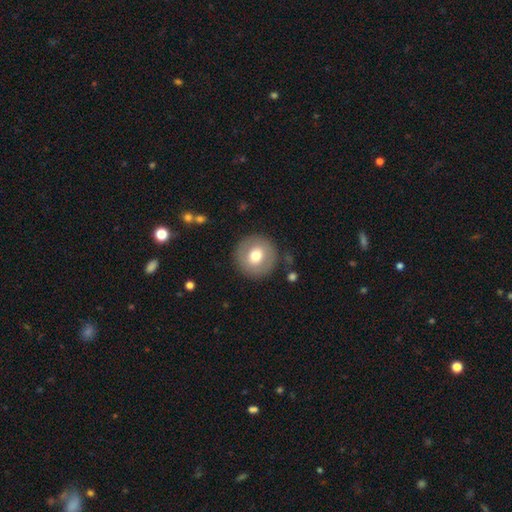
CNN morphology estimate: A smooth galaxy with no disk features (67%) that is round (95%).

Vote fractions:
- Smooth or featured? smooth: 67% / featured or disk: 25% / star or artifact: 8%
- How rounded? round: 95% / in between: 4% / cigar-shaped: 1%
- Merging? none: 88% / minor disturbance: 7% / major disturbance: 3% / merger: 1%